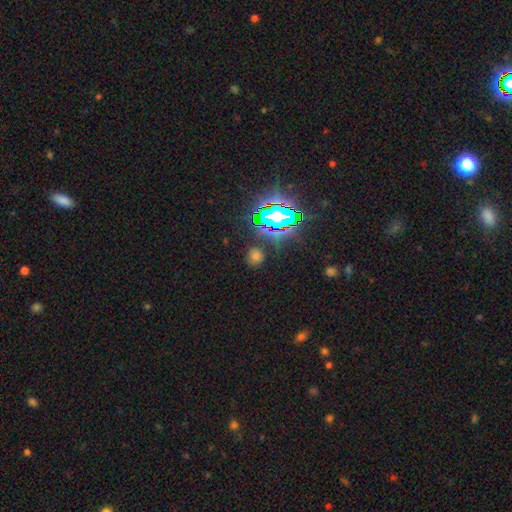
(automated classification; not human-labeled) This is possibly a smooth galaxy (56%). How rounded: clearly round (83%). Merging: clearly none (85%).